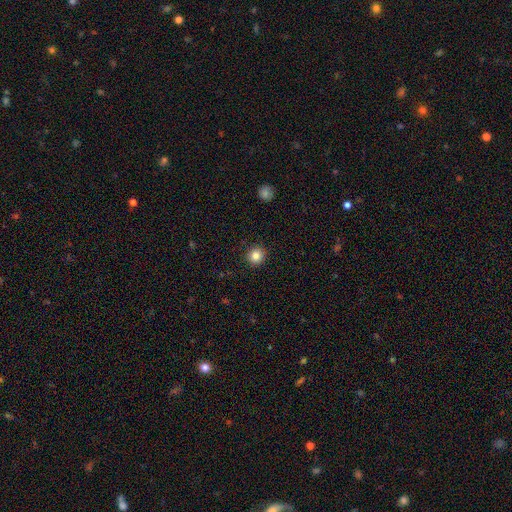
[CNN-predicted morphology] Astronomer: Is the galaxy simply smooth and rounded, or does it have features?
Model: smooth — 83%.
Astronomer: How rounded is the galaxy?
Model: round — 92%.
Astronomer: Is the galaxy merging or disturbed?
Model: none — 92%.